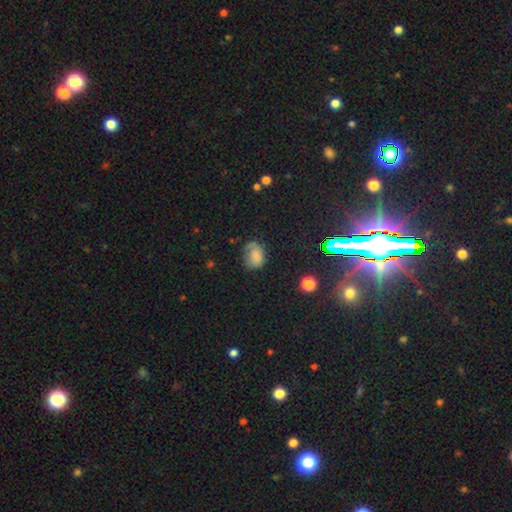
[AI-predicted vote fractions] This is likely a smooth galaxy (69%). How rounded: likely in between (62%). Merging: possibly none (47%).